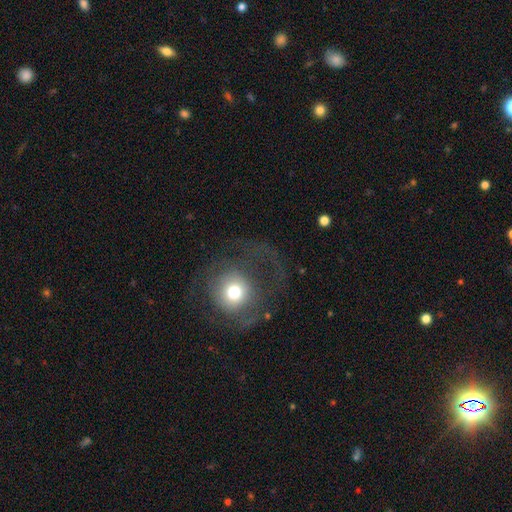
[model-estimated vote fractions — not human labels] Smooth or featured? smooth (43%)
Merging? none (57%)